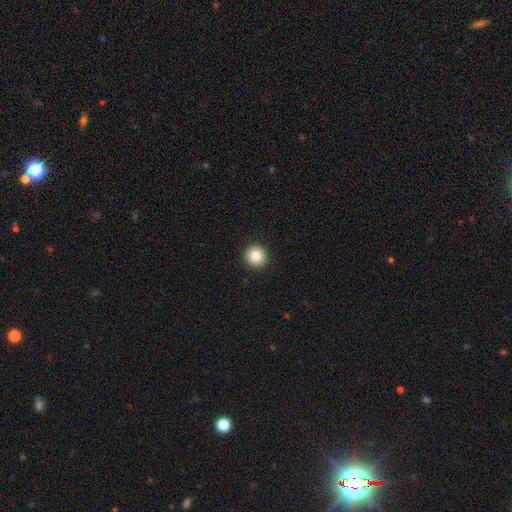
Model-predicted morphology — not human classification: type=smooth (83%); roundness=round (96%); merging=none (93%).